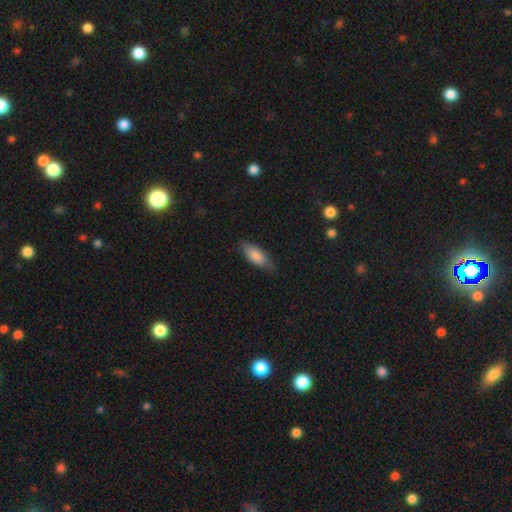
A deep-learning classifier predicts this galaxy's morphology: smooth 83%, featured or disk 11%, star or artifact 6%. Down the decision tree: how rounded — in between (79%); merging — none (74%).